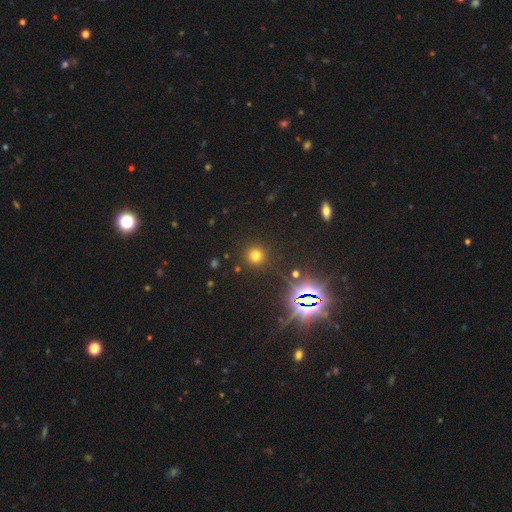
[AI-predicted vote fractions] This is likely a smooth galaxy (68%). How rounded: clearly round (93%). Merging: clearly none (89%).